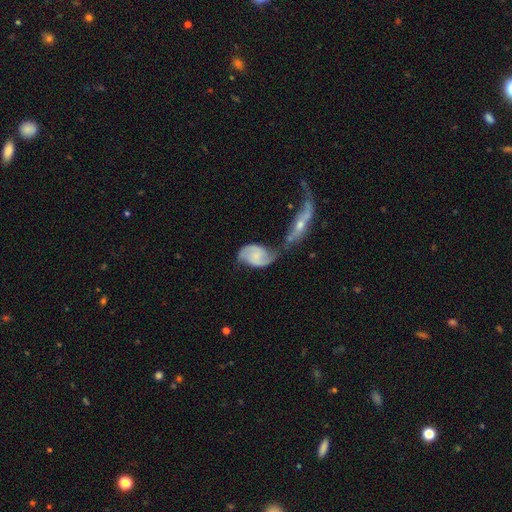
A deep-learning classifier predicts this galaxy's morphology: This is likely a featured or disk galaxy (70%). It is clearly not viewed edge-on (96%). Bar: possibly no (58%). Spiral arm pattern: clearly yes (92%). Spiral arm count: clearly 2 (88%). Spiral winding: marginally medium (44%). Central bulge: marginally small (44%). Merging: marginally merger (38%).